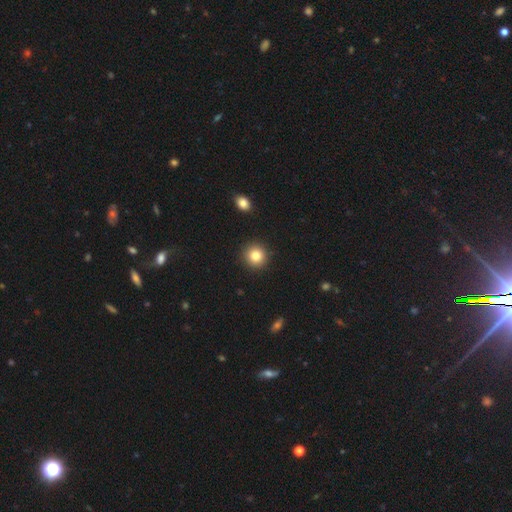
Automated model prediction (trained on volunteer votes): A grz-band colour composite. It shows a smooth galaxy with no disk features (83%) that is round (93%). Merging: none (91%).